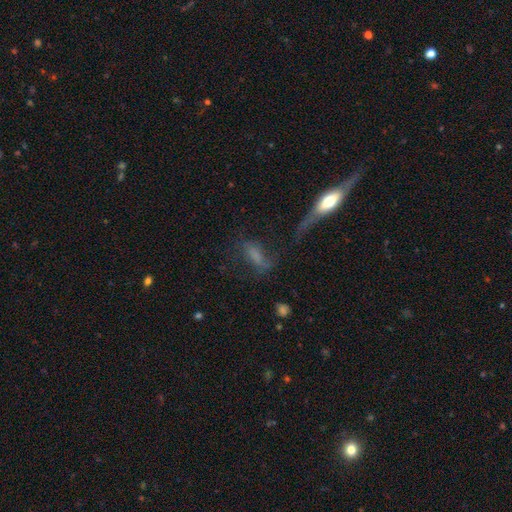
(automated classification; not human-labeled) Smooth or featured: smooth — 47% (featured or disk — 36%)
Merging: none — 38% (major disturbance — 33%)